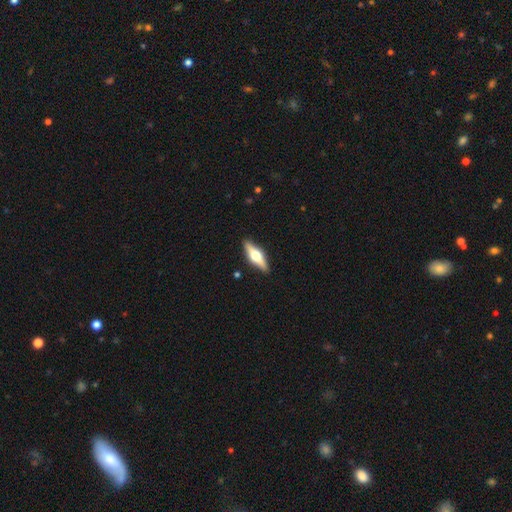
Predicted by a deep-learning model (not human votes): Overall: featured or disk (63%; smooth 31%). Edge-on disk: yes (95%). Edge-on bulge: rounded (96%). Merging: none (90%).